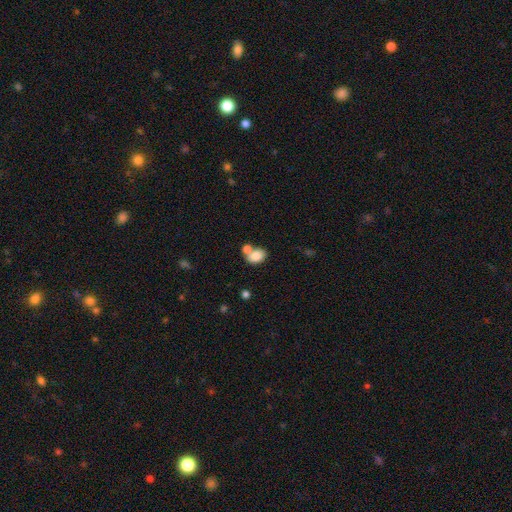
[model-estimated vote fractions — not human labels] A smooth galaxy with no disk features (81%) that is in between round and cigar-shaped (71%).

Vote fractions:
- Smooth or featured? smooth: 81% / featured or disk: 11% / star or artifact: 8%
- How rounded? in between: 71% / round: 28% / cigar-shaped: 1%
- Merging? none: 45% / merger: 39% / minor disturbance: 12% / major disturbance: 4%